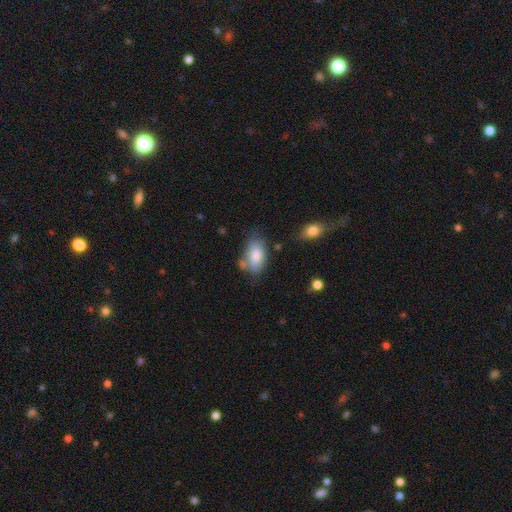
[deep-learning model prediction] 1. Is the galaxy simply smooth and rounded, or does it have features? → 80% smooth, 13% featured or disk, 7% star or artifact.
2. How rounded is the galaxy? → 93% in between, 5% round, 2% cigar-shaped.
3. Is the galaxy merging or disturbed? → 59% none, 24% minor disturbance, 11% merger, 7% major disturbance.